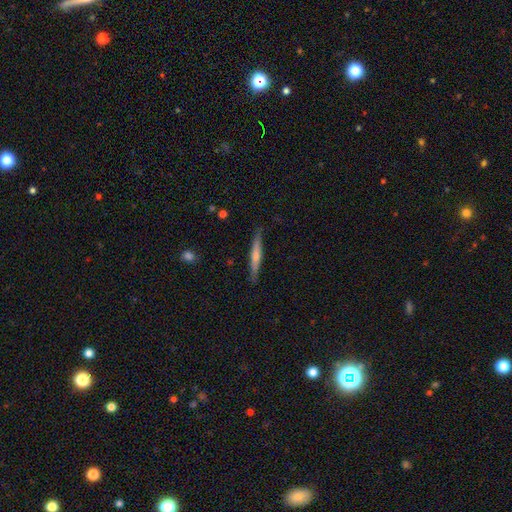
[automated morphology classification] featured or disk 60%, smooth 33%, star or artifact 6%. Down the decision tree: edge-on disk — yes (97%); edge-on bulge — rounded (63%); merging — none (89%).